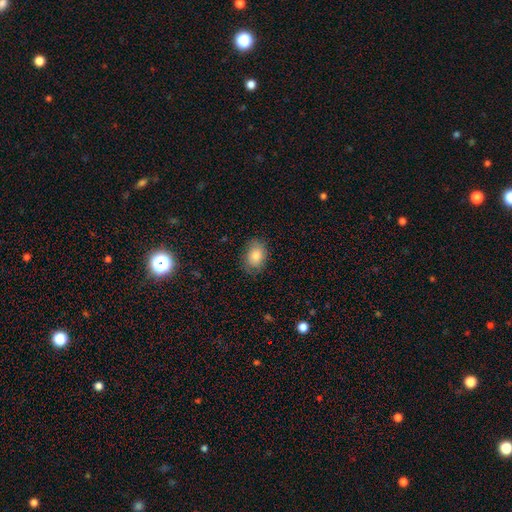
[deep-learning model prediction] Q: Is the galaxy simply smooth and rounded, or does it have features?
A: smooth — 80%.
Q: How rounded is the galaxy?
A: in between — 73%.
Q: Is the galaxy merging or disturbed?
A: none — 78%.